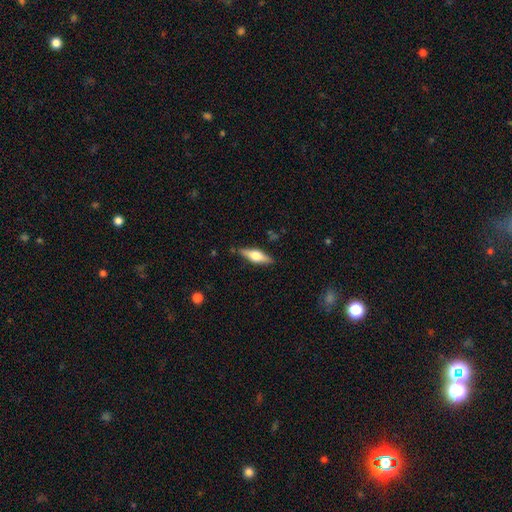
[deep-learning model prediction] Smooth or featured: featured or disk — 56% (smooth — 38%)
Edge-on disk: yes — 95% (no — 5%)
Edge-on bulge: rounded — 92% (boxy — 6%)
Merging: none — 86% (minor disturbance — 10%)